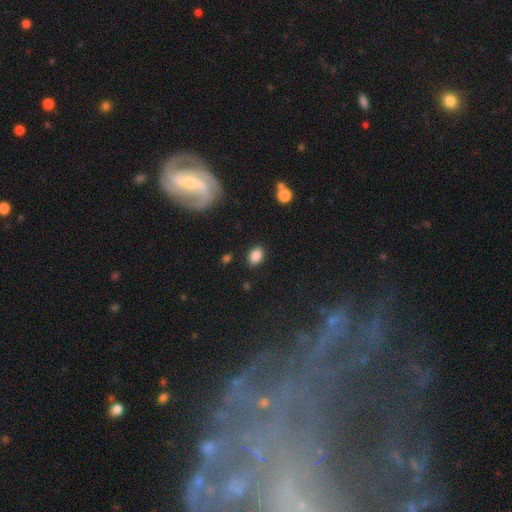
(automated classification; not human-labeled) Q: Smooth or featured?
A: smooth (87%); runner-up: star or artifact (9%)
Q: How rounded?
A: in between (82%); runner-up: round (16%)
Q: Merging?
A: none (86%); runner-up: minor disturbance (10%)